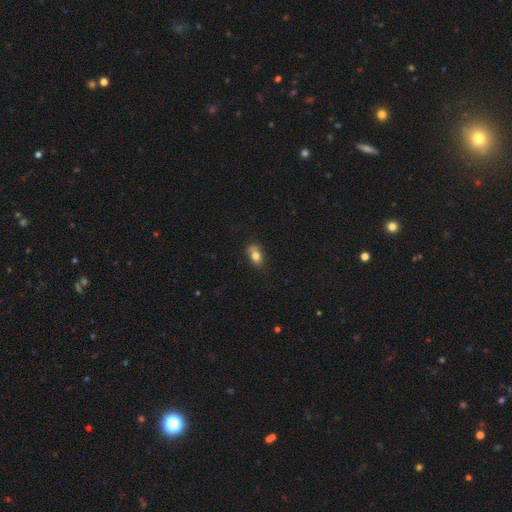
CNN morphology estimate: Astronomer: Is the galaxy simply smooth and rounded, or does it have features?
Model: smooth — 78%.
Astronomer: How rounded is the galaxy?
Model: in between — 77%.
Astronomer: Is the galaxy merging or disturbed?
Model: none — 60%.